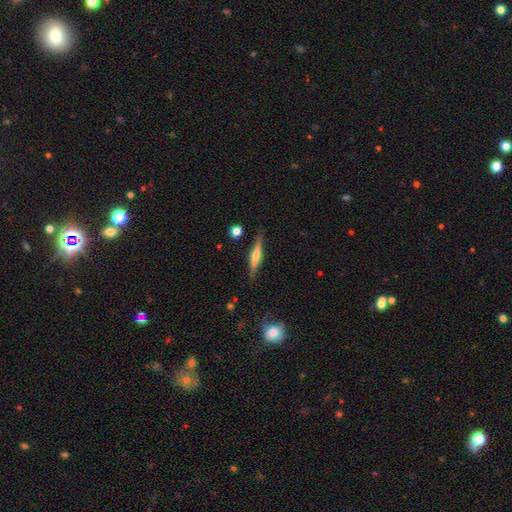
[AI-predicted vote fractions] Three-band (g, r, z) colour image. It shows a featured or disk galaxy (64%) viewed edge-on (96%) with a rounded central bulge (79%). Merging: none (85%).